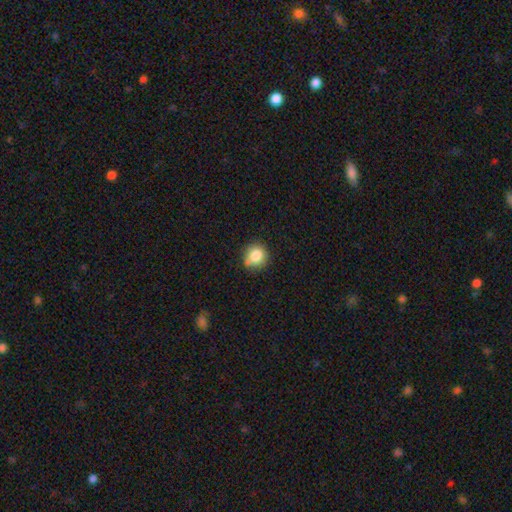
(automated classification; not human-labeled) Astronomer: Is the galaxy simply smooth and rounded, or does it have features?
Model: smooth — 83%.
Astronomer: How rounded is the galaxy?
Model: round — 83%.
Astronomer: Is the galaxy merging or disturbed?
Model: none — 70%.